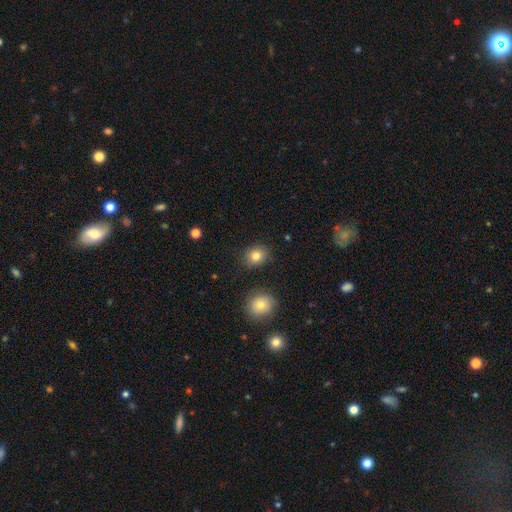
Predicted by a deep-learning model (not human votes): Smooth or featured? smooth (82%)
How rounded? round (60%)
Merging? none (86%)